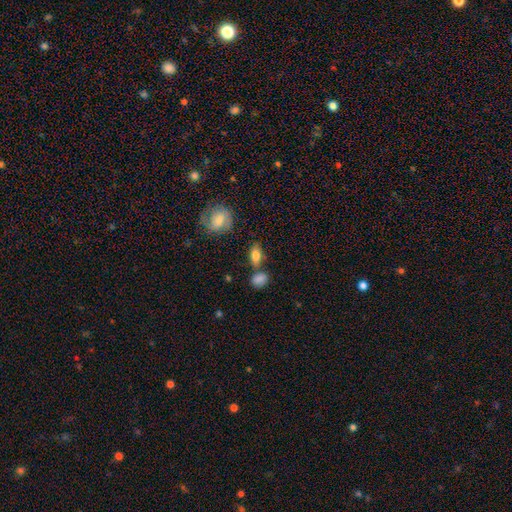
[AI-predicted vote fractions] This is likely a smooth galaxy (78%). How rounded: clearly in between (83%). Merging: likely none (63%).